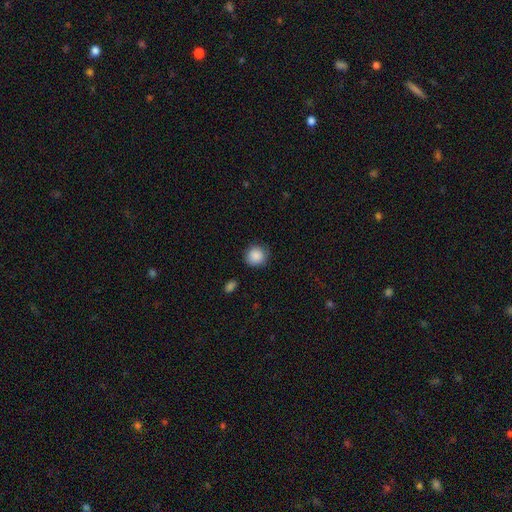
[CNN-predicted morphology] A smooth galaxy with no disk features (89%) that is round (89%).

Vote fractions:
- Smooth or featured? smooth: 89% / star or artifact: 8% / featured or disk: 3%
- How rounded? round: 89% / in between: 10% / cigar-shaped: 1%
- Merging? none: 85% / minor disturbance: 11% / major disturbance: 3% / merger: 2%